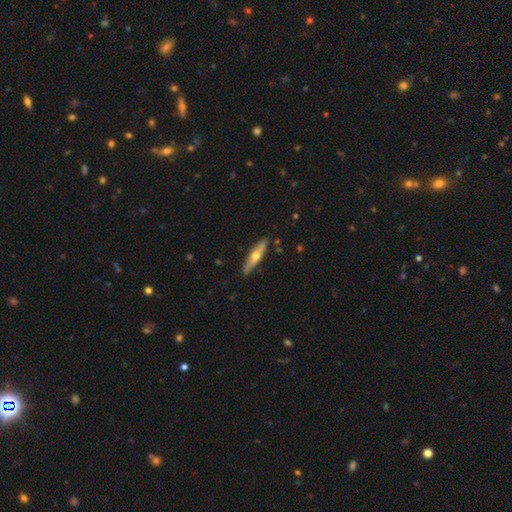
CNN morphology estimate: Smooth or featured?
  - featured or disk: 51% *
  - smooth: 44%
  - star or artifact: 5%
Edge-on disk?
  - yes: 89% *
  - no: 11%
Merging?
  - none: 89% *
  - minor disturbance: 8%
  - major disturbance: 2%
  - merger: 1%